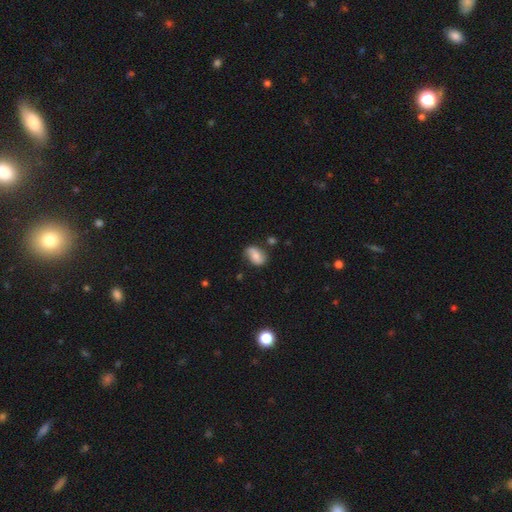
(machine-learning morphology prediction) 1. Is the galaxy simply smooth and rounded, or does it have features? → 56% smooth, 35% featured or disk, 9% star or artifact.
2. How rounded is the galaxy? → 81% in between, 17% round, 2% cigar-shaped.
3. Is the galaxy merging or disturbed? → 65% none, 25% minor disturbance, 6% major disturbance, 4% merger.